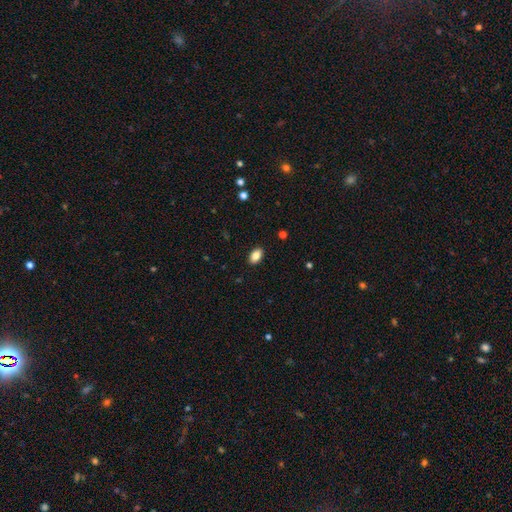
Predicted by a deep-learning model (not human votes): Smooth or featured: smooth — 85% (star or artifact — 8%)
How rounded: in between — 91% (round — 7%)
Merging: none — 90% (minor disturbance — 8%)